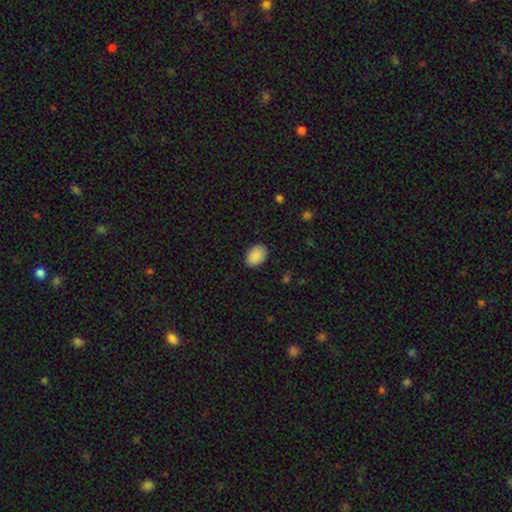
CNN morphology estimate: This is clearly a smooth galaxy (90%). How rounded: clearly in between (80%). Merging: clearly none (86%).